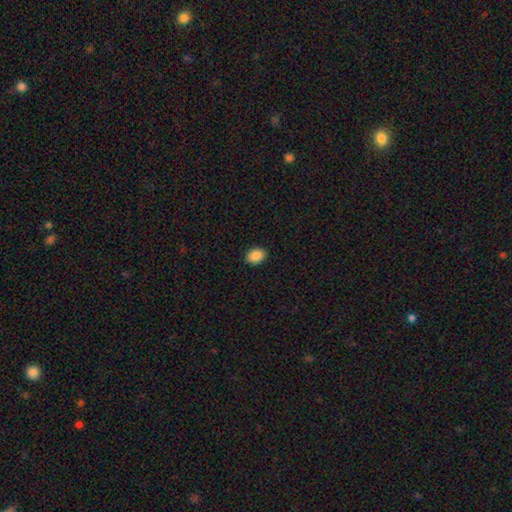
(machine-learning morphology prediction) Smooth or featured: smooth — 88% (star or artifact — 8%)
How rounded: in between — 70% (round — 29%)
Merging: none — 91% (minor disturbance — 6%)